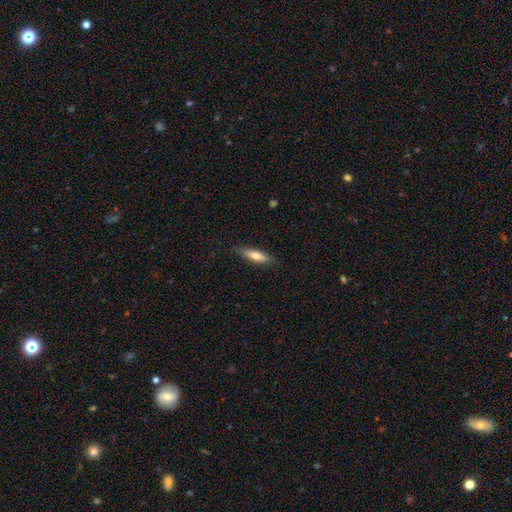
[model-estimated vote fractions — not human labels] smooth_or_featured: smooth (p=0.68) [alt: featured or disk p=0.27]
how_rounded: cigar-shaped (p=0.69) [alt: in between p=0.29]
merging: none (p=0.84) [alt: minor disturbance p=0.12]